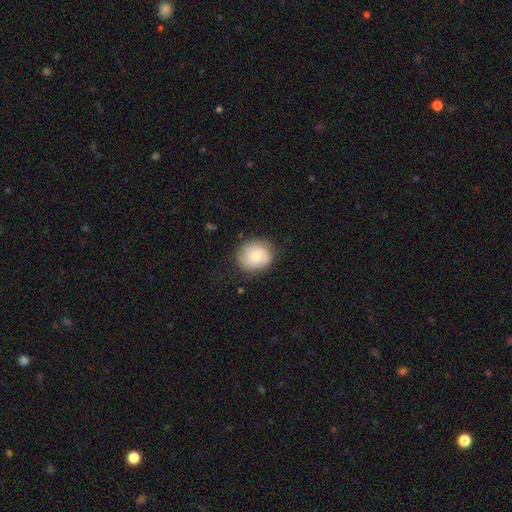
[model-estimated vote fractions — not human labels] A smooth galaxy with no disk features (70%) that is round (77%).

Vote fractions:
- Smooth or featured? smooth: 70% / featured or disk: 23% / star or artifact: 7%
- How rounded? round: 77% / in between: 22% / cigar-shaped: 1%
- Merging? none: 77% / minor disturbance: 17% / major disturbance: 5% / merger: 1%